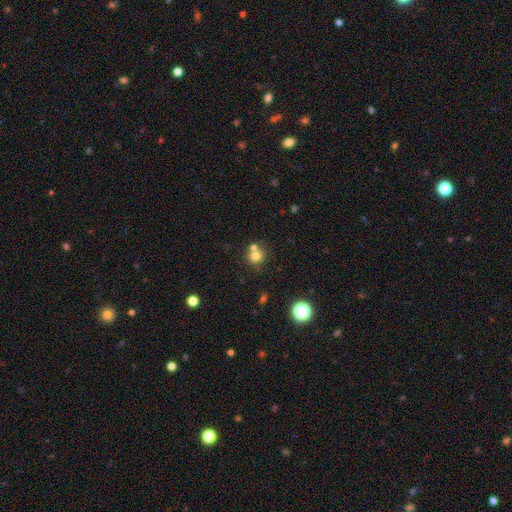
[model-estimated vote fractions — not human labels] Overall: smooth (74%). How rounded: round (88%). Merging: none (53%; merger 36%).